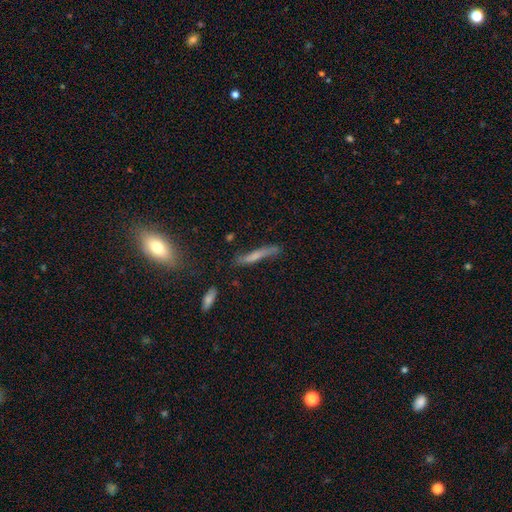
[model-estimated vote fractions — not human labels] A smooth galaxy with no disk features (54%) that is cigar-shaped (92%). Merging: none (70%).